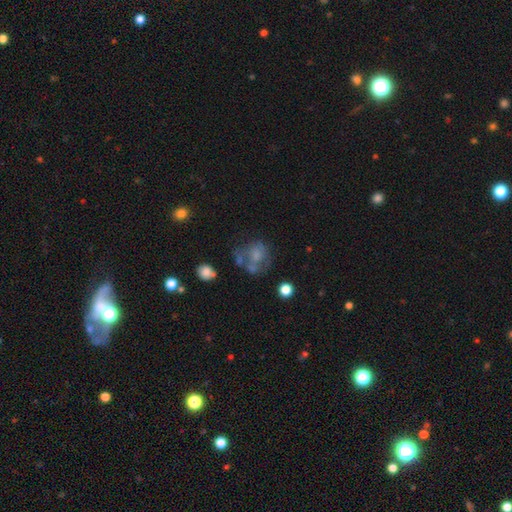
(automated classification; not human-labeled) Overall: smooth (46%; featured or disk 39%). Merging: none (36%; major disturbance 23%).